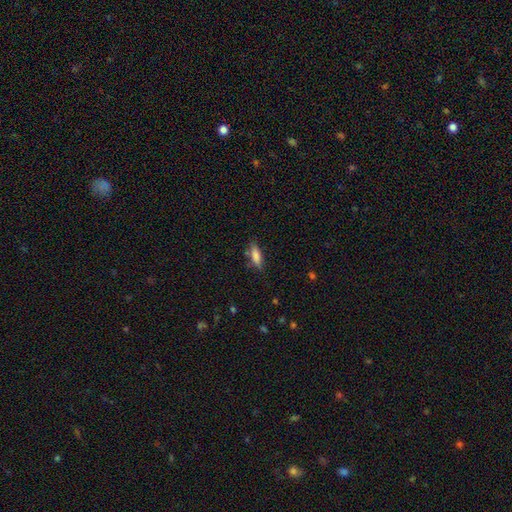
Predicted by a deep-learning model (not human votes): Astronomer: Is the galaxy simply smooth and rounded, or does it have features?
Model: smooth — 81%.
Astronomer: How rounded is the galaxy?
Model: in between — 53% (runner-up: cigar-shaped, 45%).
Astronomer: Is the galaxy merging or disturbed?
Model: none — 74%.